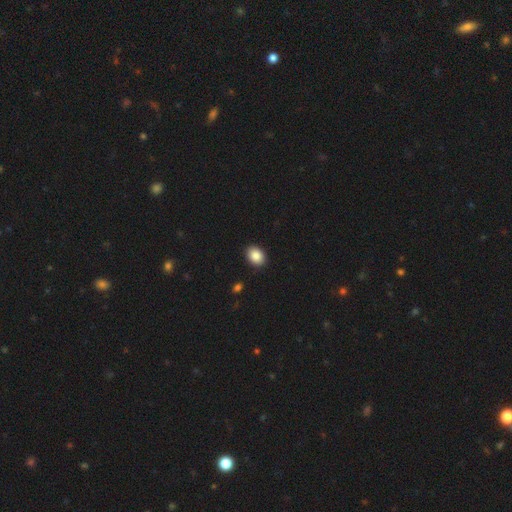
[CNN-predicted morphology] This is clearly a smooth galaxy (87%). How rounded: likely in between (67%). Merging: clearly none (91%).